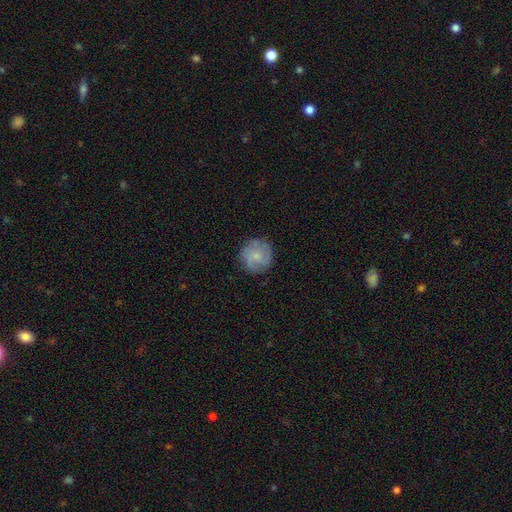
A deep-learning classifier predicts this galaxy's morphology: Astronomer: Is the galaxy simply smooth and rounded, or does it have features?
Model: smooth — 65%.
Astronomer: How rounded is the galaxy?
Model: round — 94%.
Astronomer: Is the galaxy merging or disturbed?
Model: none — 82%.